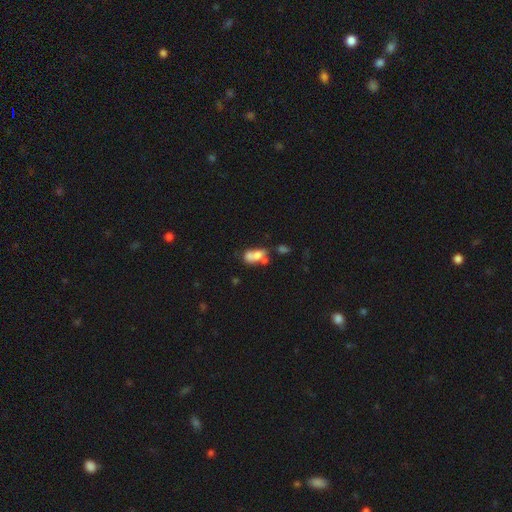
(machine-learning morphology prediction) Smooth or featured? Predicted: smooth (p=0.61). How rounded? Predicted: in between (p=0.77). Merging? Predicted: merger (p=0.59).